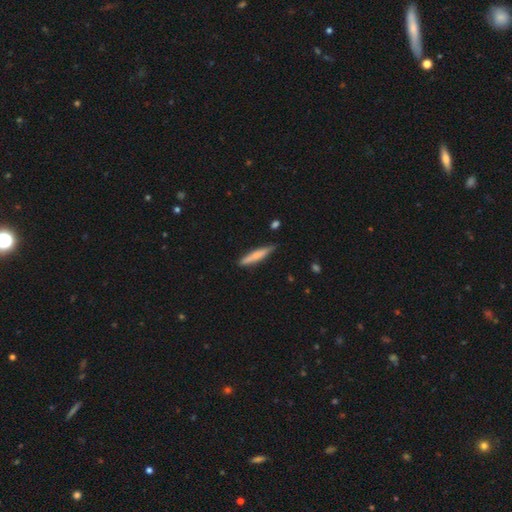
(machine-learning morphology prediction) The model was most divided on "smooth or featured": smooth: 72%, featured or disk: 23%, star or artifact: 6%. More confident: how rounded — cigar-shaped (90%); merging — none (82%).